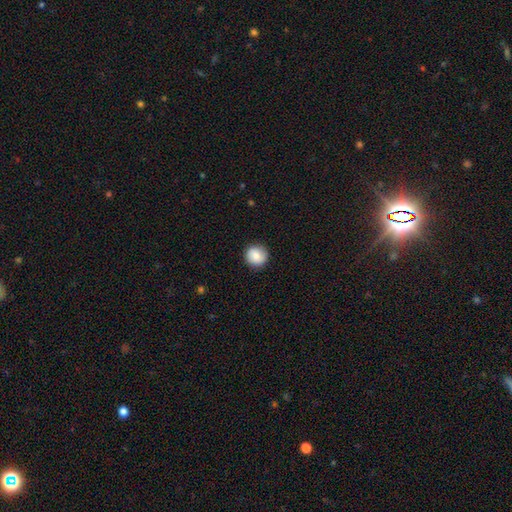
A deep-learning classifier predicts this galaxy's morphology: This is likely a smooth galaxy (76%). How rounded: clearly round (93%). Merging: clearly none (88%).